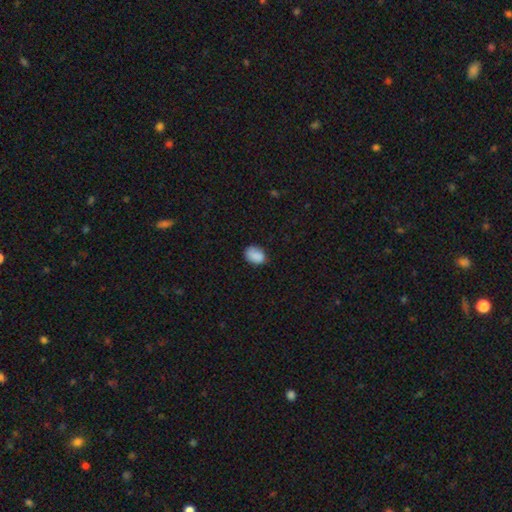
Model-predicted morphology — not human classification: smooth_or_featured: smooth (p=0.88) [alt: star or artifact p=0.08]
how_rounded: in between (p=0.79) [alt: round p=0.20]
merging: none (p=0.77) [alt: minor disturbance p=0.19]